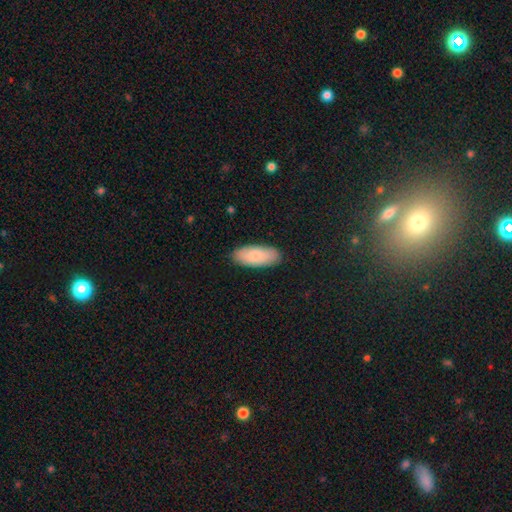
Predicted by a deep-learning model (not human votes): smooth 82%, featured or disk 12%, star or artifact 6%. Down the decision tree: how rounded — in between (86%); merging — none (88%).